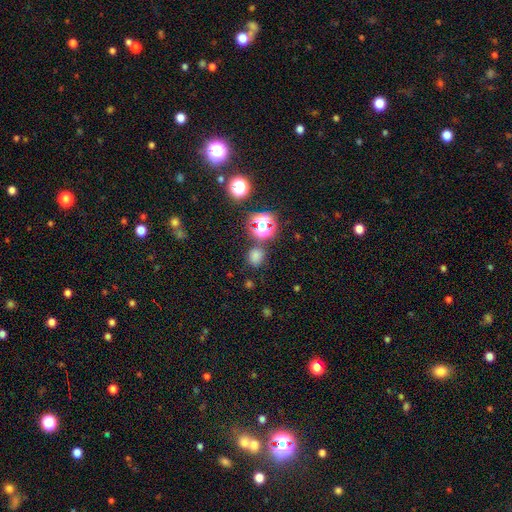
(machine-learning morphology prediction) Smooth or featured? Predicted: smooth (p=0.69). How rounded? Predicted: round (p=0.78). Merging? Predicted: none (p=0.78).